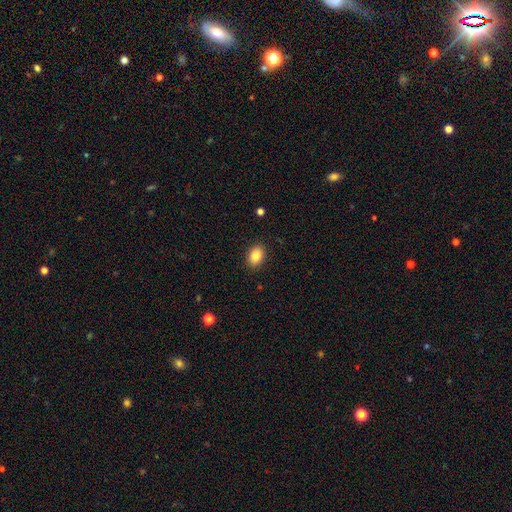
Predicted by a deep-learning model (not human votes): Smooth or featured? Predicted: smooth (p=0.86). How rounded? Predicted: in between (p=0.80). Merging? Predicted: none (p=0.88).